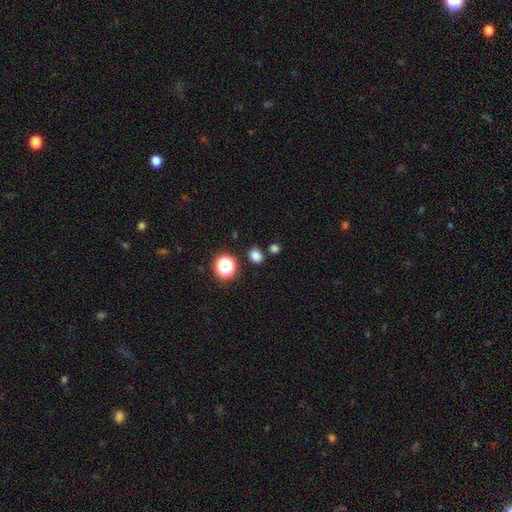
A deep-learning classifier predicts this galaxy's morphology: smooth 77%, star or artifact 18%, featured or disk 4%. Down the decision tree: how rounded — round (53%); merging — none (80%).